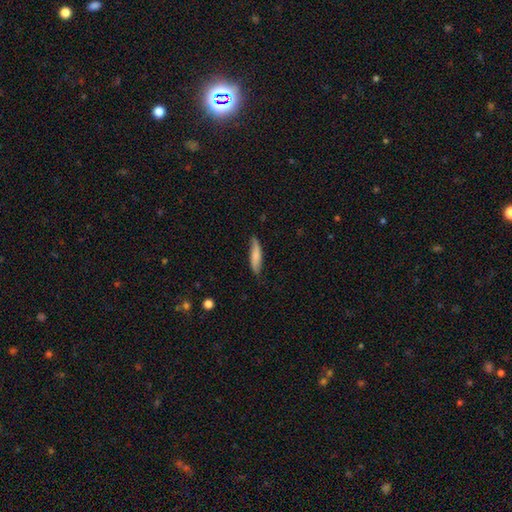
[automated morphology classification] Overall: smooth (77%). How rounded: cigar-shaped (76%). Merging: none (75%).